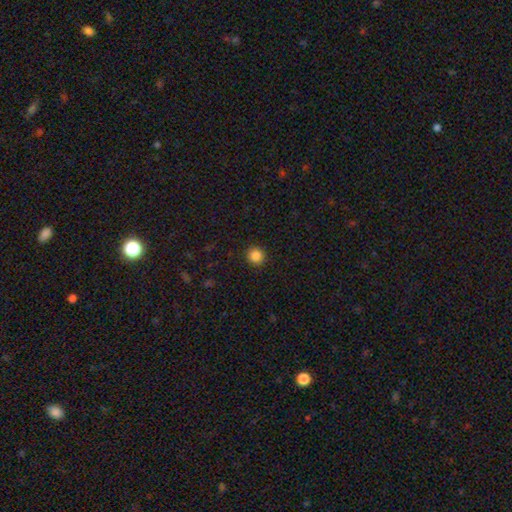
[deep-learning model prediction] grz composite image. It shows a smooth galaxy with no disk features (86%) that is round (95%). Merging: none (93%).